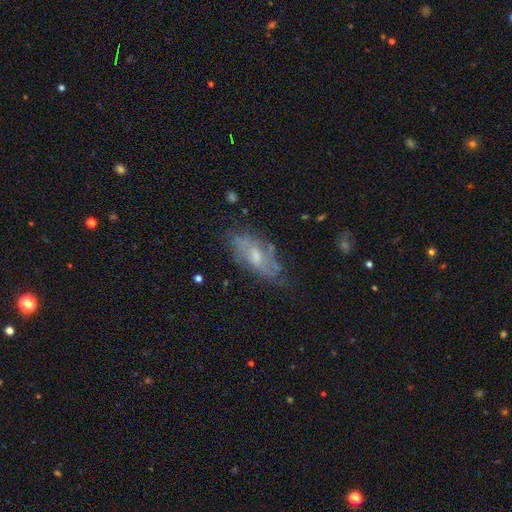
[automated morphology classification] Smooth or featured? Predicted: featured or disk (p=0.59). Edge-on disk? Predicted: no (p=0.86). Bar? Predicted: no (p=0.56). Spiral arms? Predicted: yes (p=0.65). Bulge size? Predicted: moderate (p=0.48). Merging? Predicted: none (p=0.62).